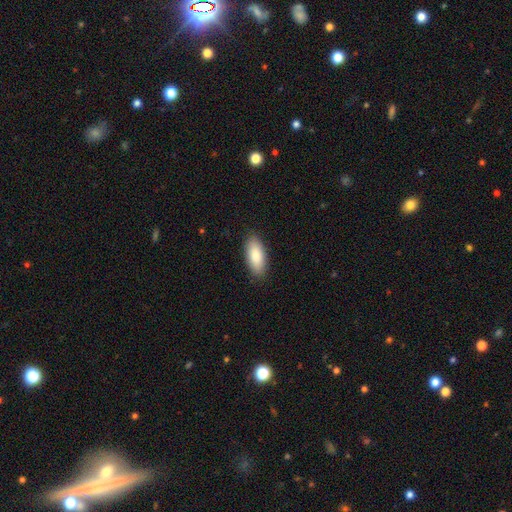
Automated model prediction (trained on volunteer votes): Smooth or featured?
  - smooth: 85% *
  - featured or disk: 9%
  - star or artifact: 6%
How rounded?
  - in between: 86% *
  - cigar-shaped: 12%
  - round: 2%
Merging?
  - none: 88% *
  - minor disturbance: 9%
  - major disturbance: 2%
  - merger: 1%